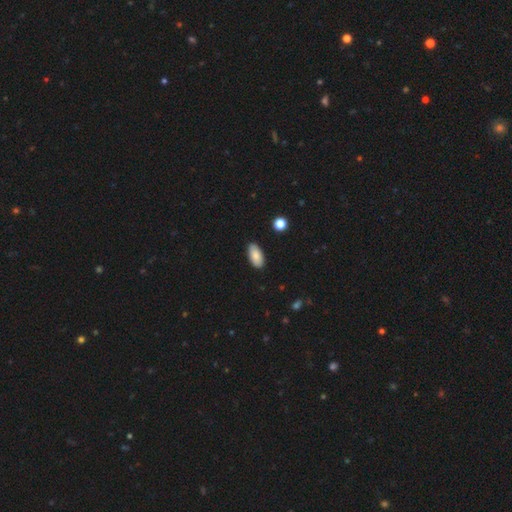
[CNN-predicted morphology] Smooth or featured?
  - smooth: 85% *
  - featured or disk: 8%
  - star or artifact: 7%
How rounded?
  - in between: 94% *
  - cigar-shaped: 4%
  - round: 2%
Merging?
  - none: 87% *
  - minor disturbance: 10%
  - major disturbance: 2%
  - merger: 1%